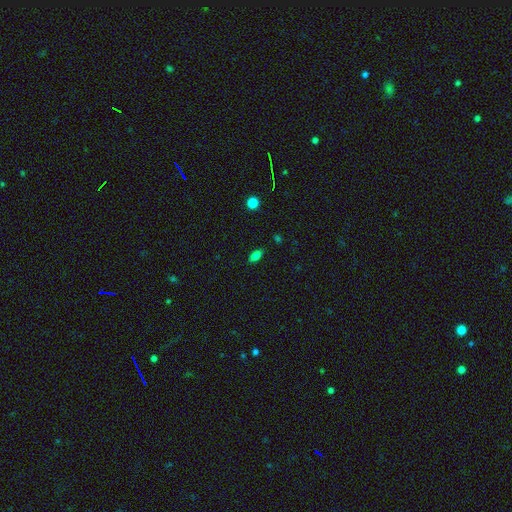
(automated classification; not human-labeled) The model was most divided on "smooth or featured": smooth: 80%, star or artifact: 12%, featured or disk: 8%. More confident: how rounded — in between (87%); merging — none (85%).